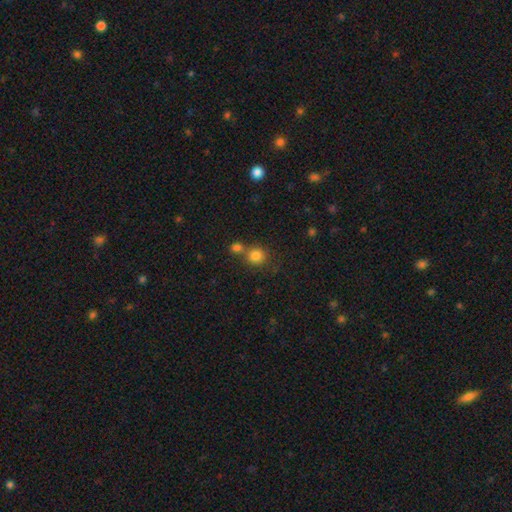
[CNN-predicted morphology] Smooth or featured? Predicted: smooth (p=0.82). How rounded? Predicted: round (p=0.85). Merging? Predicted: none (p=0.56).